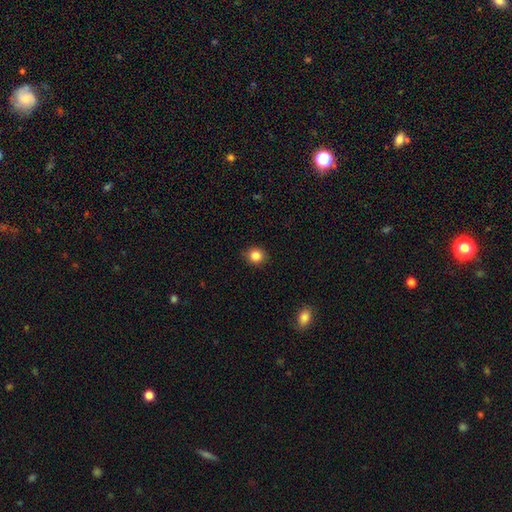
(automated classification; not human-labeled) Morphology: type=smooth (85%); roundness=round (85%); merging=none (88%).